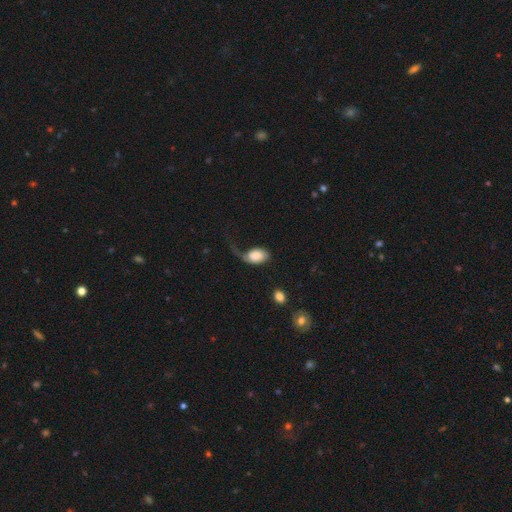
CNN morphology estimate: type=smooth (65%); roundness=in between (83%); merging=major disturbance (52%).